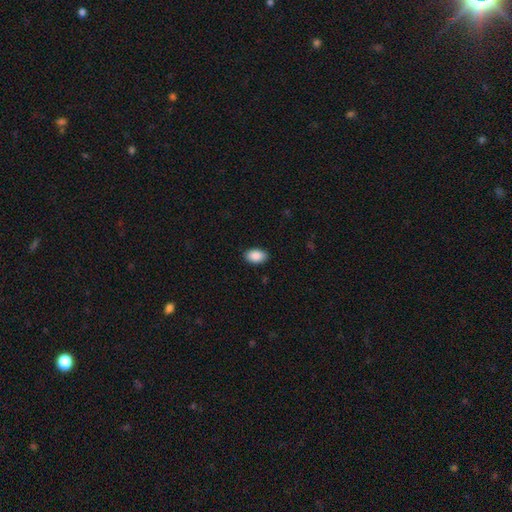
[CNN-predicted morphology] Overall: smooth (90%). How rounded: in between (91%). Merging: none (88%).